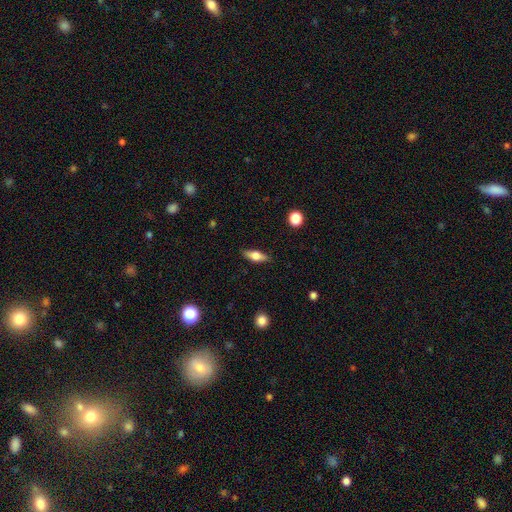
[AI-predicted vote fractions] Morphology: type=smooth (57%); roundness=in between (60%); merging=none (86%).